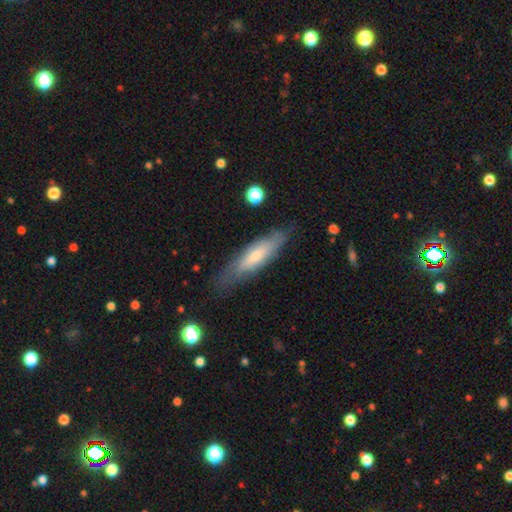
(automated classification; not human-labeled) A smooth galaxy with no disk features (54%) that is cigar-shaped (69%). Merging: none (75%).